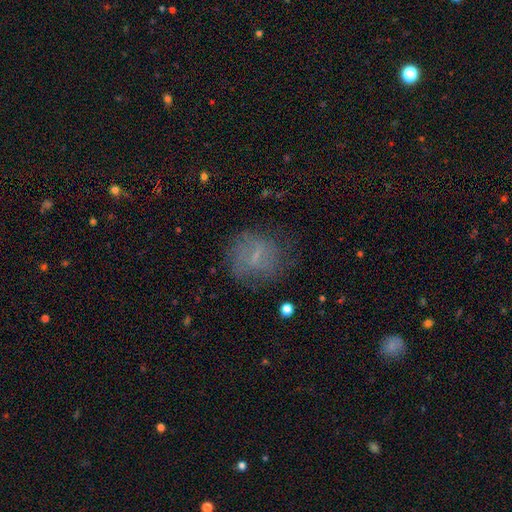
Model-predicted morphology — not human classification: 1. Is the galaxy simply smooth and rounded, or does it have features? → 47% smooth, 39% featured or disk, 15% star or artifact.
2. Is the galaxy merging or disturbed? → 65% none, 19% minor disturbance, 14% major disturbance, 2% merger.